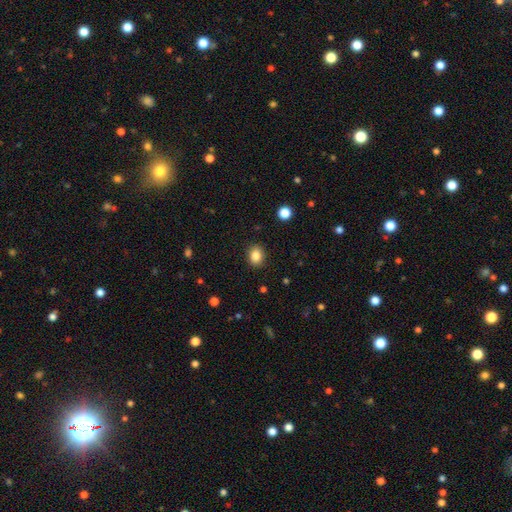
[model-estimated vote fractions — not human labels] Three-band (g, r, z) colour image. It shows a smooth galaxy with no disk features (85%) that is round (51%). Merging: none (89%).